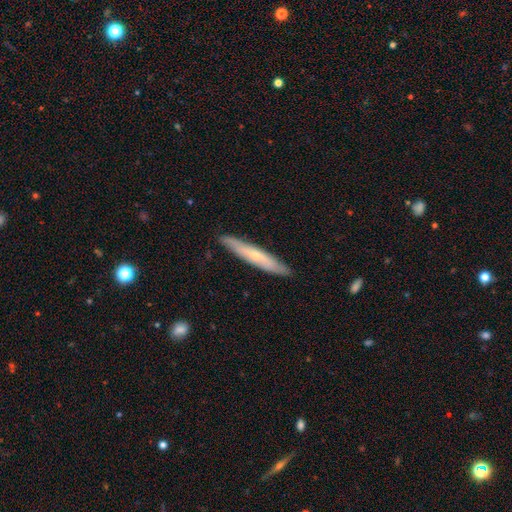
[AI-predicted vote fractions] Q: Smooth or featured?
A: featured or disk (50%); runner-up: smooth (45%)
Q: Merging?
A: none (88%); runner-up: minor disturbance (9%)